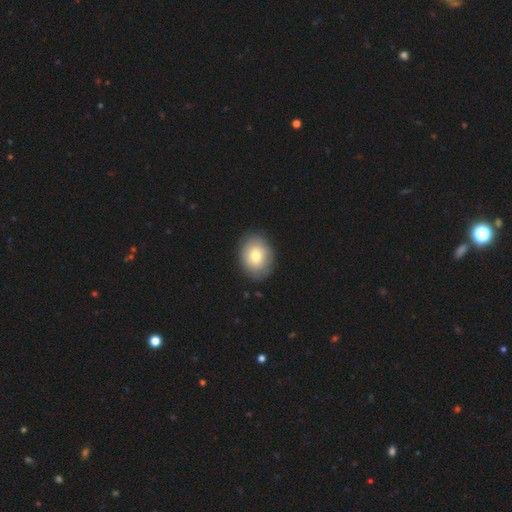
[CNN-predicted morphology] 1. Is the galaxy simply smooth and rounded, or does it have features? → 72% smooth, 21% featured or disk, 7% star or artifact.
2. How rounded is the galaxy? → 56% in between, 43% round, 1% cigar-shaped.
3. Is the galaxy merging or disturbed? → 85% none, 11% minor disturbance, 3% major disturbance, 1% merger.